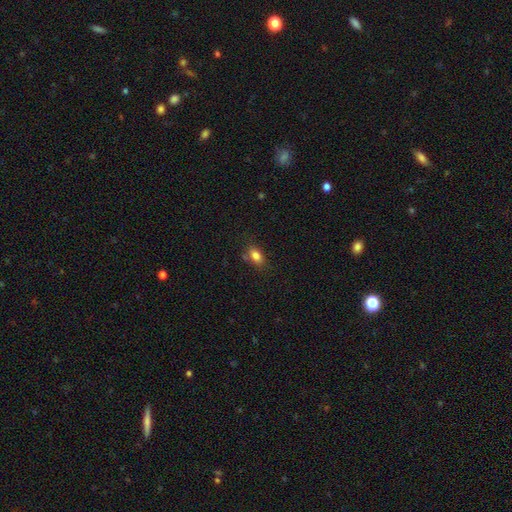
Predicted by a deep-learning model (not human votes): Smooth or featured: smooth — 82% (star or artifact — 10%)
How rounded: in between — 84% (round — 11%)
Merging: none — 73% (minor disturbance — 16%)